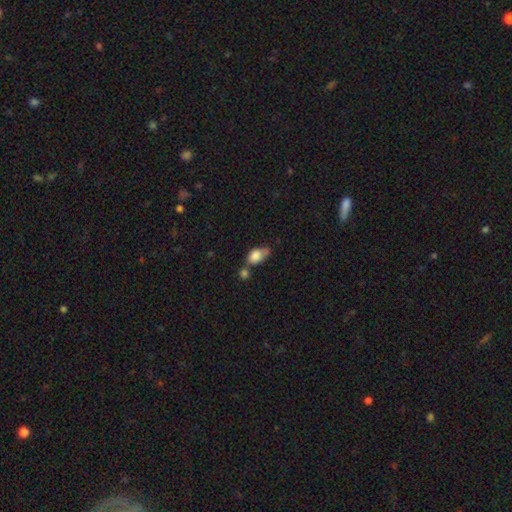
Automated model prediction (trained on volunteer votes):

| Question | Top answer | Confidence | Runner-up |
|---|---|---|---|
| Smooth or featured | smooth | 82% | featured or disk (11%) |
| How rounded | in between | 85% | round (12%) |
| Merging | merger | 33% | none (31%) |